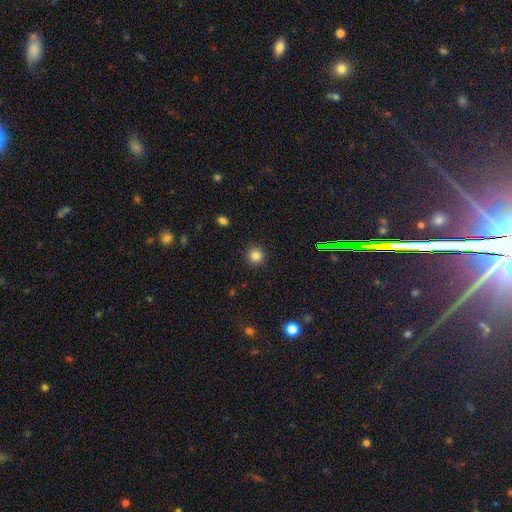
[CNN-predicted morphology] This appears to be a smooth galaxy with no disk features (83%) that is round (95%). Merging: none (92%).